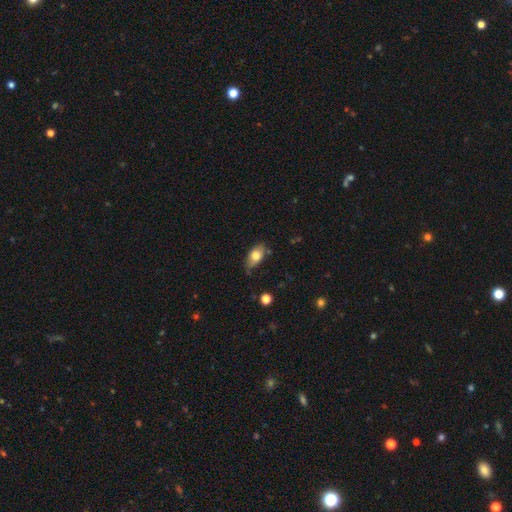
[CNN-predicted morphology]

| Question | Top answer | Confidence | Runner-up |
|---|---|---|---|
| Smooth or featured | smooth | 77% | featured or disk (16%) |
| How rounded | in between | 87% | round (9%) |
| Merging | none | 62% | minor disturbance (30%) |